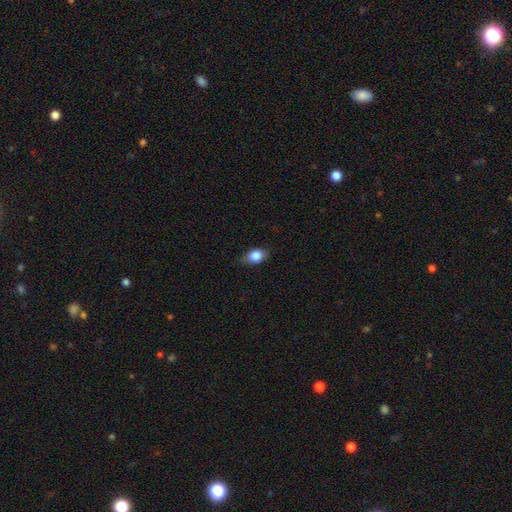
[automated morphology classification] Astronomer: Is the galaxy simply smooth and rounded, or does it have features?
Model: smooth — 82%.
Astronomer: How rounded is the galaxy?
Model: in between — 70%.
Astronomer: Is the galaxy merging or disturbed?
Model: none — 75%.